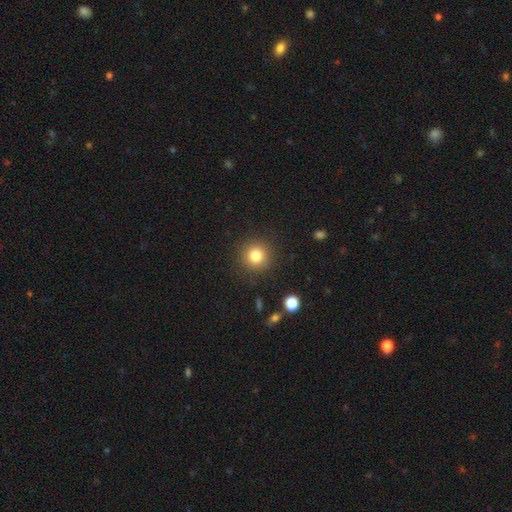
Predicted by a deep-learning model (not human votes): This is clearly a smooth galaxy (82%). How rounded: clearly round (93%). Merging: clearly none (89%).